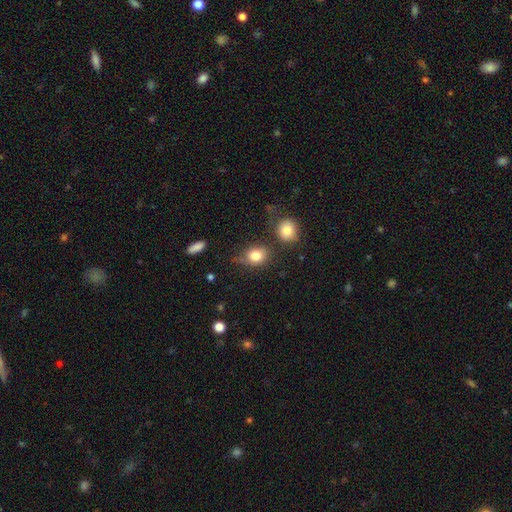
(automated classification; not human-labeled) Q: Smooth or featured?
A: smooth (81%); runner-up: star or artifact (10%)
Q: How rounded?
A: round (52%); runner-up: in between (46%)
Q: Merging?
A: none (59%); runner-up: minor disturbance (24%)